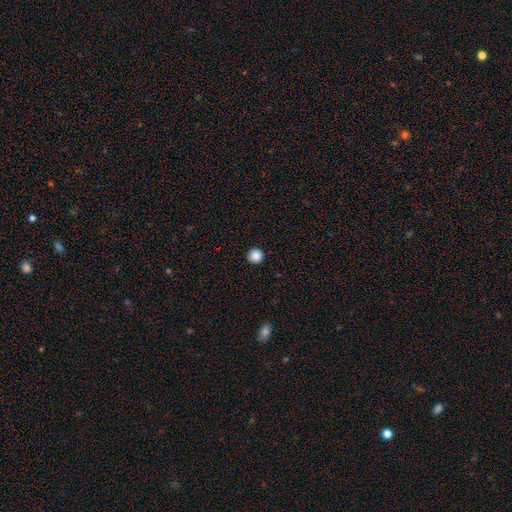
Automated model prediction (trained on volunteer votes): Smooth or featured? smooth (88%)
How rounded? round (97%)
Merging? none (94%)